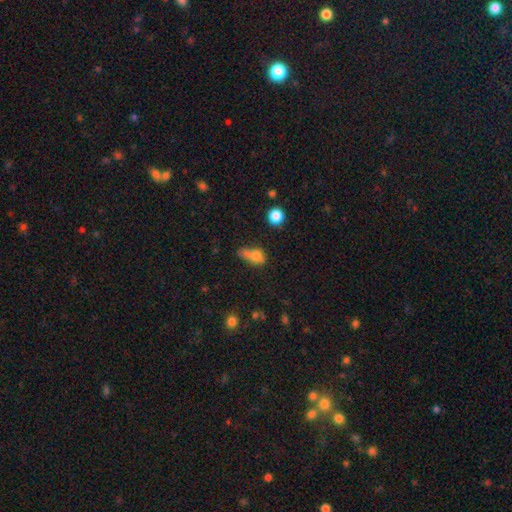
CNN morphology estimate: Q: Smooth or featured?
A: smooth (69%); runner-up: featured or disk (17%)
Q: How rounded?
A: in between (63%); runner-up: round (27%)
Q: Merging?
A: merger (28%); runner-up: none (27%)